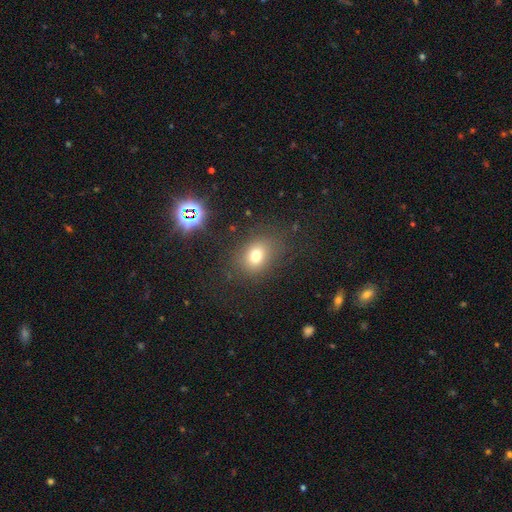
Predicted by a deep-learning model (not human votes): Smooth or featured? smooth (72%)
How rounded? round (50%)
Merging? none (79%)